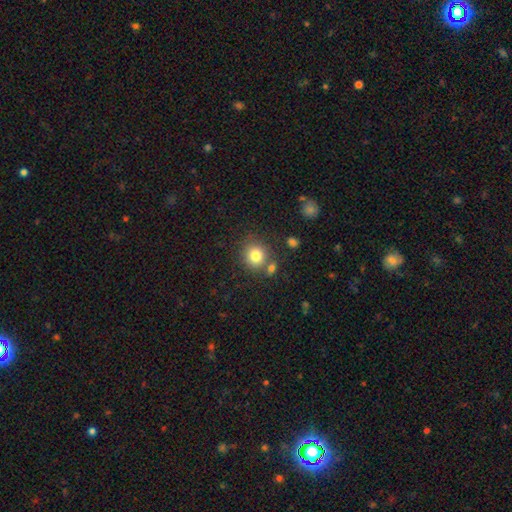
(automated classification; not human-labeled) Smooth or featured?
  - smooth: 81% *
  - star or artifact: 11%
  - featured or disk: 8%
How rounded?
  - round: 85% *
  - in between: 14%
  - cigar-shaped: 1%
Merging?
  - none: 73% *
  - merger: 13%
  - minor disturbance: 10%
  - major disturbance: 4%